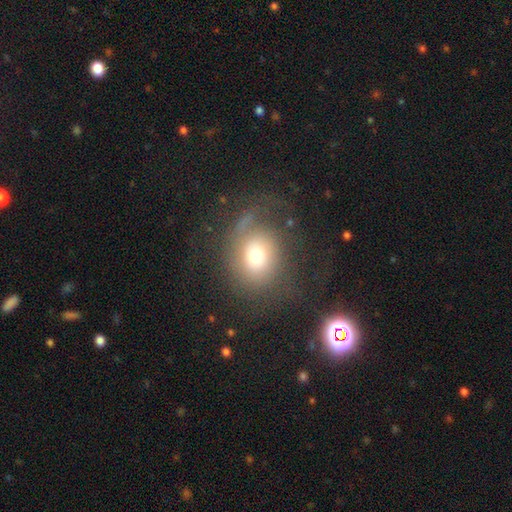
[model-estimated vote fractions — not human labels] A smooth galaxy with no disk features (62%) that is round (70%). Merging: none (52%).